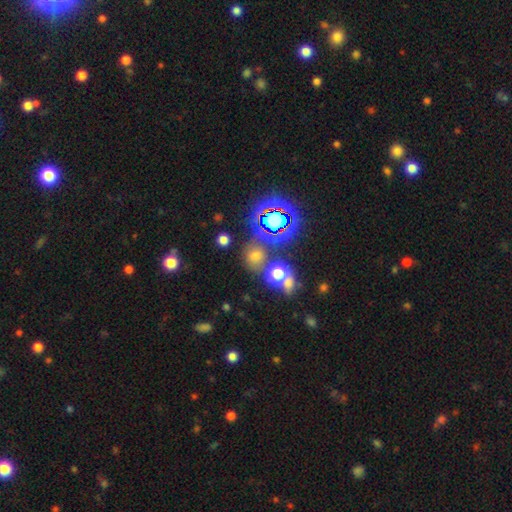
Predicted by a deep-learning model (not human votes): Smooth or featured: smooth — 53% (star or artifact — 37%)
How rounded: round — 76% (in between — 23%)
Merging: none — 62% (merger — 19%)